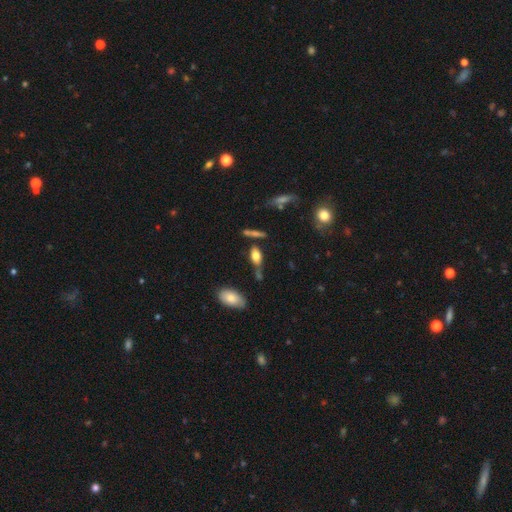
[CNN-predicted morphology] Smooth or featured? Predicted: smooth (p=0.64). How rounded? Predicted: in between (p=0.75). Merging? Predicted: none (p=0.58).